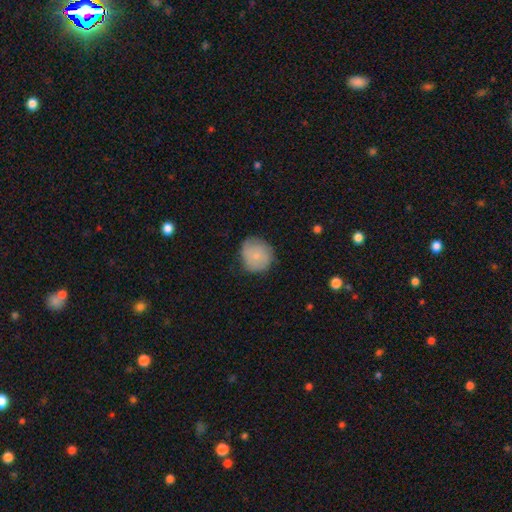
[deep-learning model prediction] Morphology: type=smooth (73%); roundness=round (88%); merging=none (69%).